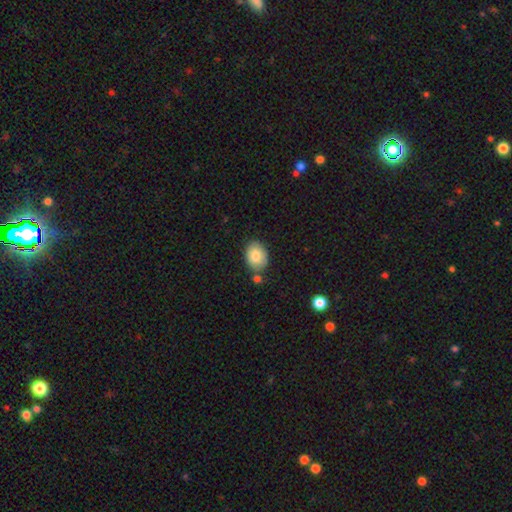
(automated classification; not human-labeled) Q: Smooth or featured?
A: smooth (82%); runner-up: featured or disk (11%)
Q: How rounded?
A: in between (74%); runner-up: round (25%)
Q: Merging?
A: none (73%); runner-up: minor disturbance (15%)